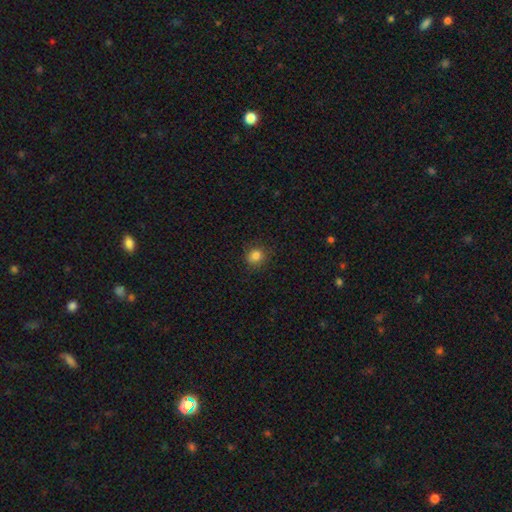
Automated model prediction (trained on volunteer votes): Smooth or featured? Predicted: smooth (p=0.83). How rounded? Predicted: round (p=0.82). Merging? Predicted: none (p=0.85).